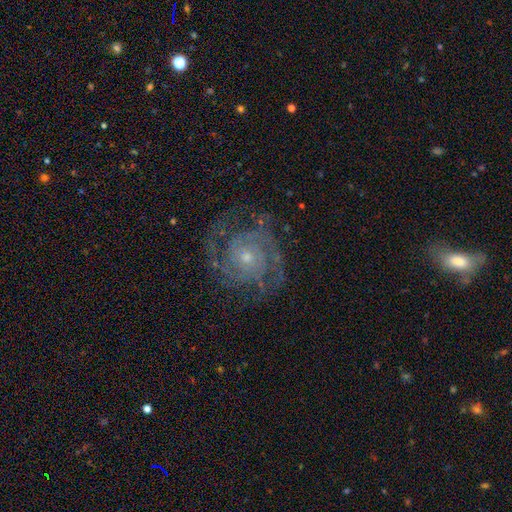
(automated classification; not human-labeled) A featured or disk galaxy (83%) with no bar (75%), 2 (34%) tight (64%) spiral arms (97%) and a small central bulge (67%). Merging: none (78%).